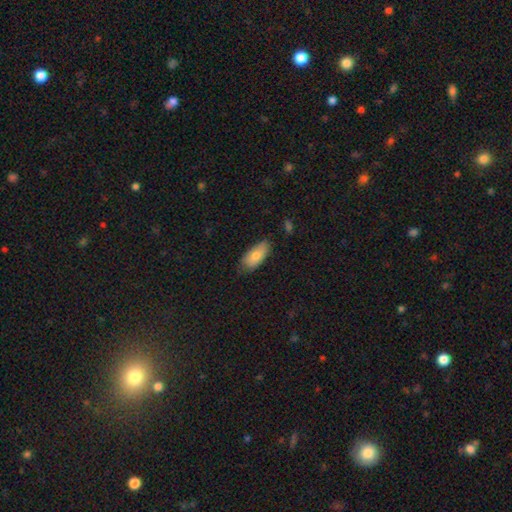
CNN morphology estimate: Q: Smooth or featured?
A: smooth (78%); runner-up: featured or disk (16%)
Q: How rounded?
A: in between (88%); runner-up: cigar-shaped (10%)
Q: Merging?
A: none (76%); runner-up: minor disturbance (20%)